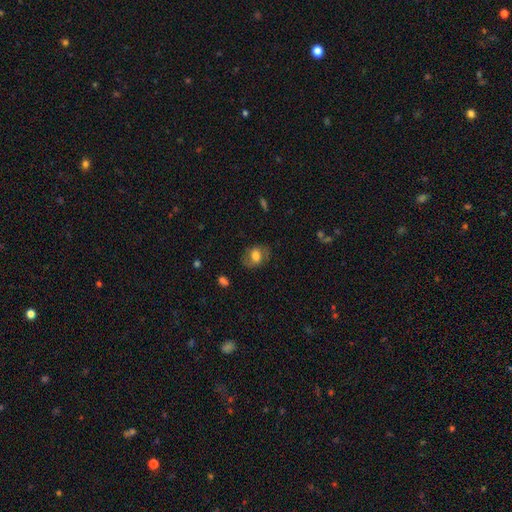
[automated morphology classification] This is possibly a smooth galaxy (59%). How rounded: likely in between (64%). Merging: likely none (71%).